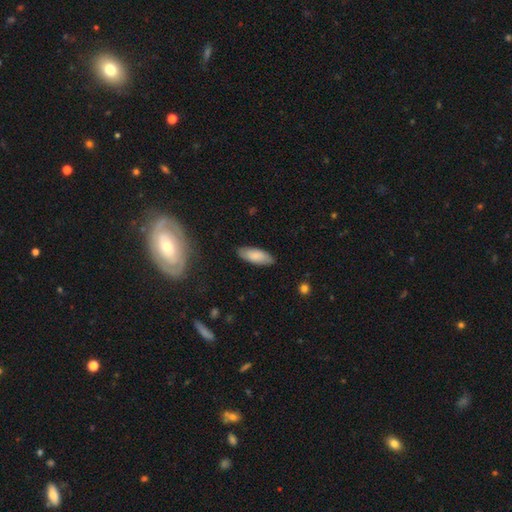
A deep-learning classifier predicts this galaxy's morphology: smooth 82%, featured or disk 12%, star or artifact 6%. Down the decision tree: how rounded — in between (77%); merging — none (86%).